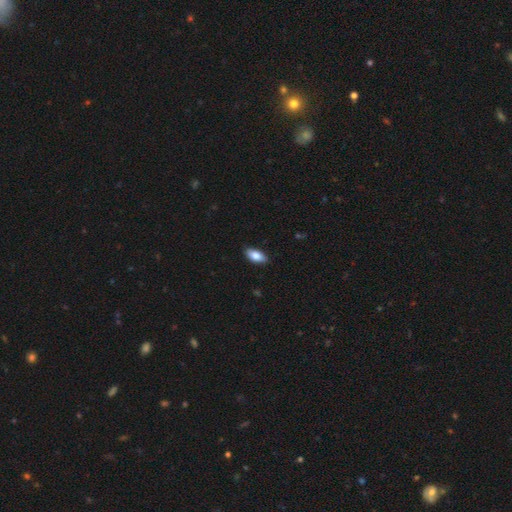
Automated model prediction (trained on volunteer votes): A smooth galaxy with no disk features (84%) that is in between round and cigar-shaped (90%).

Vote fractions:
- Smooth or featured? smooth: 84% / featured or disk: 9% / star or artifact: 6%
- How rounded? in between: 90% / cigar-shaped: 8% / round: 2%
- Merging? none: 87% / minor disturbance: 11% / major disturbance: 2% / merger: 1%